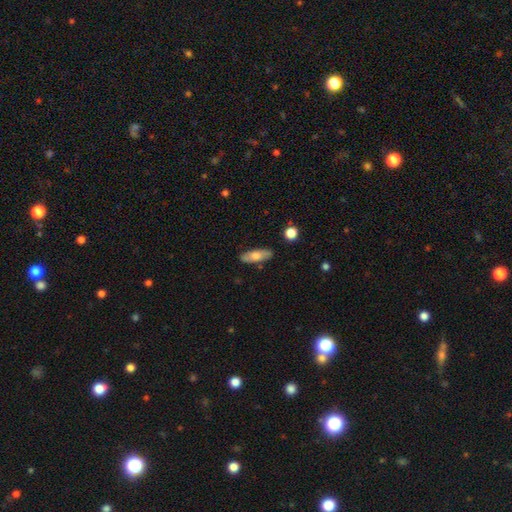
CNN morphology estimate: The model was most divided on "how rounded": in between: 62%, cigar-shaped: 36%, round: 3%. More confident: merging — none (86%); smooth or featured — smooth (66%).